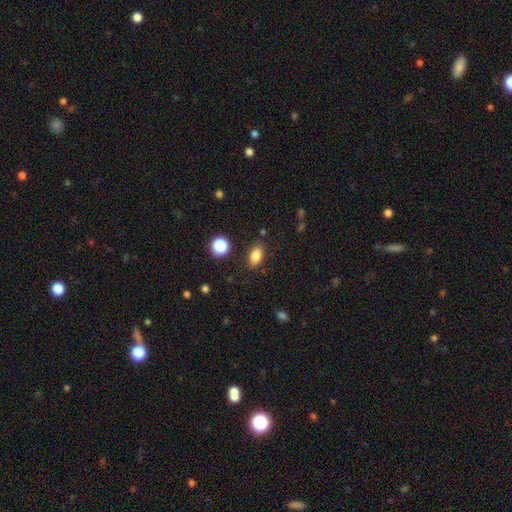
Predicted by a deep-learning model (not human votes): This appears to be a smooth galaxy with no disk features (84%) that is in between round and cigar-shaped (86%). Merging: none (85%).